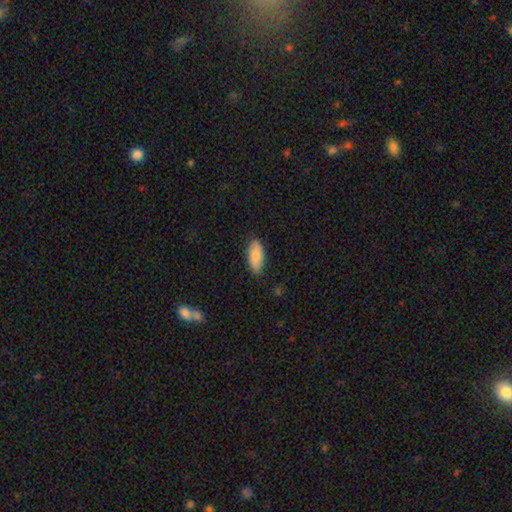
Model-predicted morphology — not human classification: Smooth or featured: smooth — 87% (featured or disk — 7%)
How rounded: in between — 86% (cigar-shaped — 12%)
Merging: none — 86% (minor disturbance — 10%)